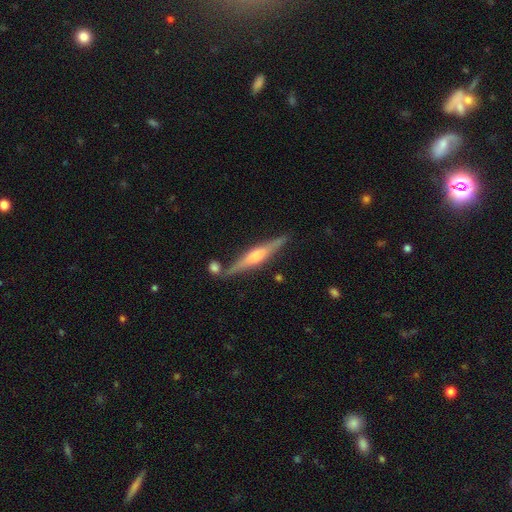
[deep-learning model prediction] Morphology: type=featured or disk (80%); edge-on=yes (97%); edge-on bulge=rounded (77%); merging=none (82%).